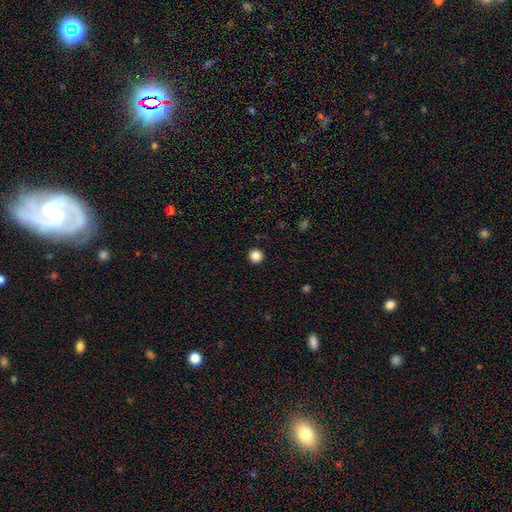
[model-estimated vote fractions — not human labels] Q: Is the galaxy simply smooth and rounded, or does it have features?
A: smooth — 86%.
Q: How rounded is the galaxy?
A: round — 96%.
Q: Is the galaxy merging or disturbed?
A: none — 93%.